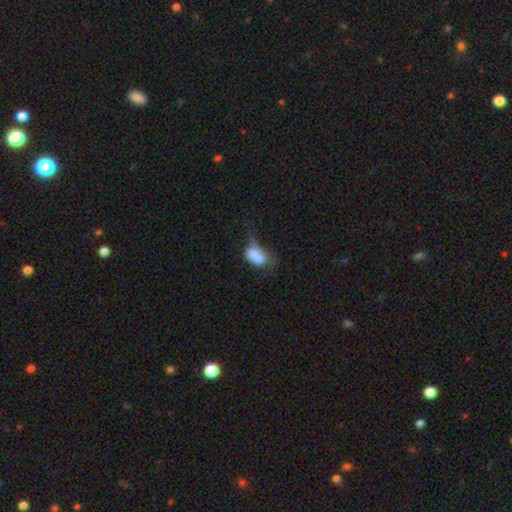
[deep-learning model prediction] Smooth or featured?
  - smooth: 72% *
  - featured or disk: 18%
  - star or artifact: 11%
How rounded?
  - in between: 87% *
  - round: 8%
  - cigar-shaped: 5%
Merging?
  - major disturbance: 36% *
  - minor disturbance: 28%
  - none: 22%
  - merger: 15%